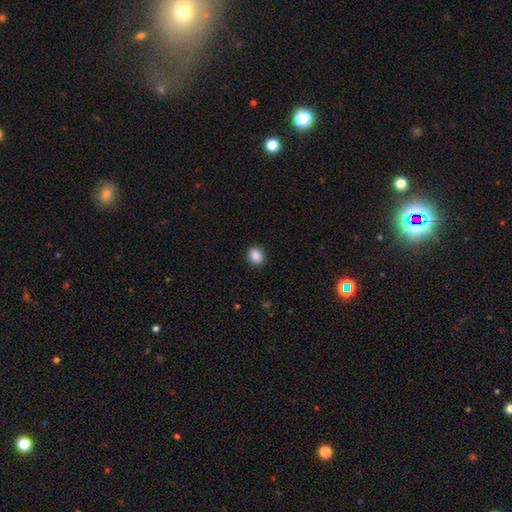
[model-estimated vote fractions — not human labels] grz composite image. It shows a smooth galaxy with no disk features (89%) that is round (64%). Merging: none (90%).